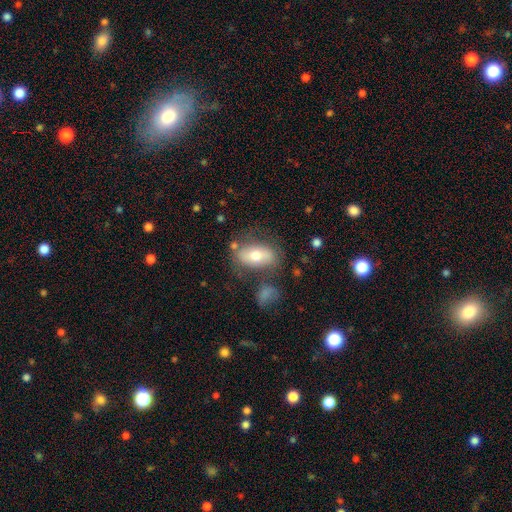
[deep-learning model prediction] Overall: smooth (62%; featured or disk 31%). How rounded: in between (89%). Merging: none (64%).